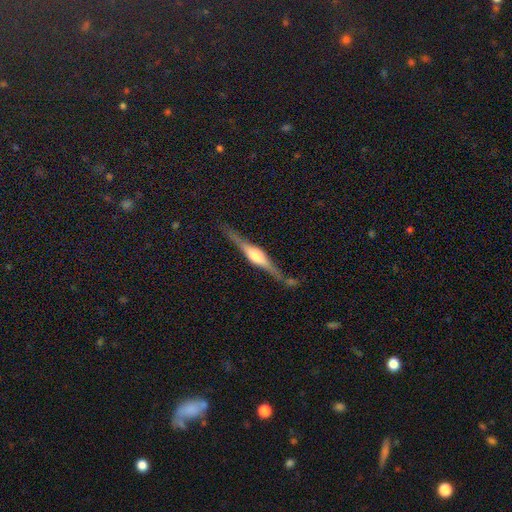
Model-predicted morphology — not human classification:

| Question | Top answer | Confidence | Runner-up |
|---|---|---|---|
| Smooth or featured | featured or disk | 82% | smooth (12%) |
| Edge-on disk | yes | 97% | no (3%) |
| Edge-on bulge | rounded | 77% | boxy (20%) |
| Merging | none | 83% | minor disturbance (12%) |